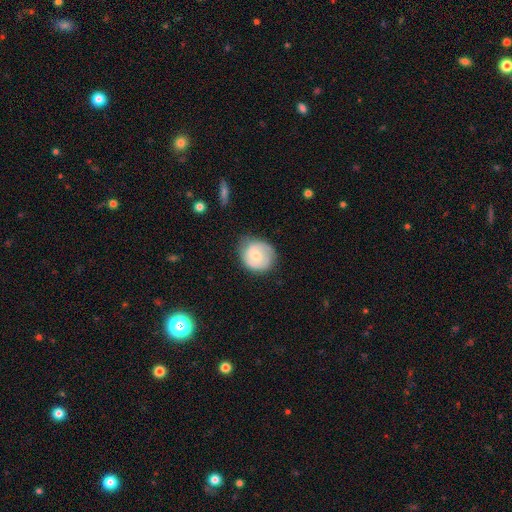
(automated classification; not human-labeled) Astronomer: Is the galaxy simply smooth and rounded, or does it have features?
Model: smooth — 53% (runner-up: featured or disk, 40%).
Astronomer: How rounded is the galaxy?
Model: round — 82%.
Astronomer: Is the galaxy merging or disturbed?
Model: none — 68%.